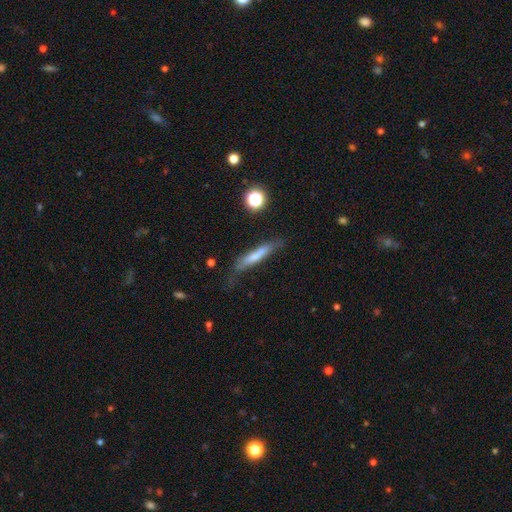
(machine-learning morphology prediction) Overall: smooth (59%; featured or disk 33%). How rounded: cigar-shaped (88%). Merging: none (56%; minor disturbance 26%).